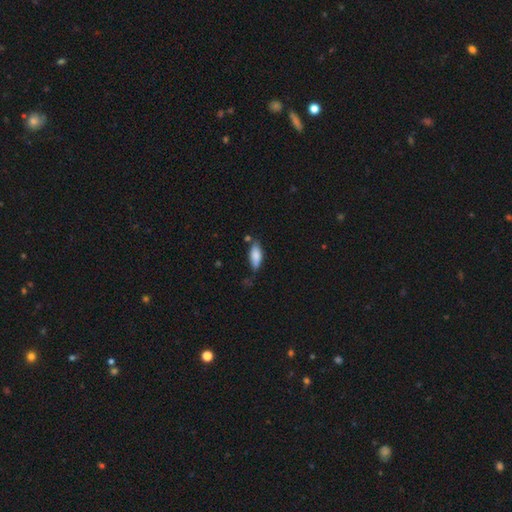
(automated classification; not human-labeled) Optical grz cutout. It shows a smooth galaxy with no disk features (81%) that is in between round and cigar-shaped (75%). Merging: none (59%).